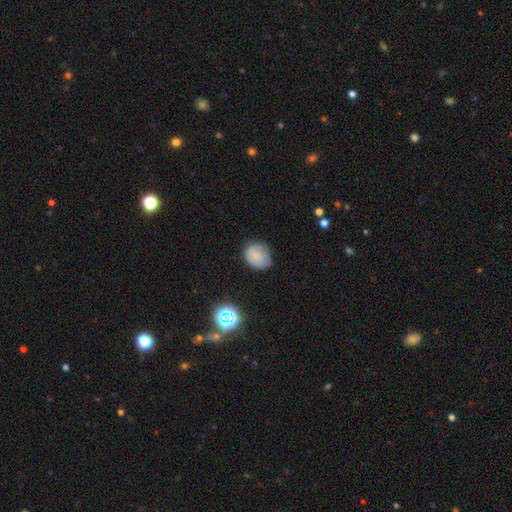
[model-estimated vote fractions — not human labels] Smooth or featured: smooth — 72% (featured or disk — 17%)
How rounded: round — 58% (in between — 41%)
Merging: none — 64% (minor disturbance — 27%)